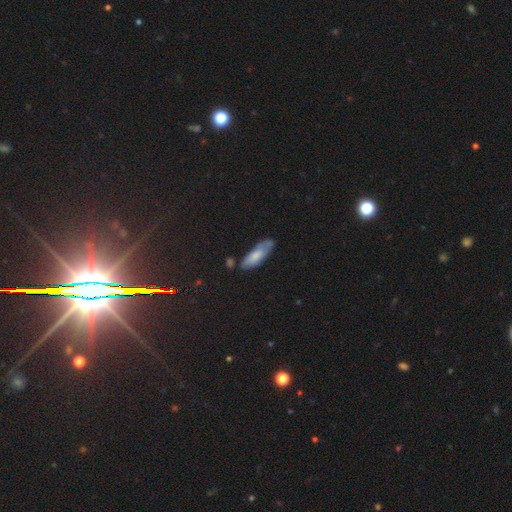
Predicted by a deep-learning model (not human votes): This is likely a smooth galaxy (68%). How rounded: likely in between (60%). Merging: likely none (62%).